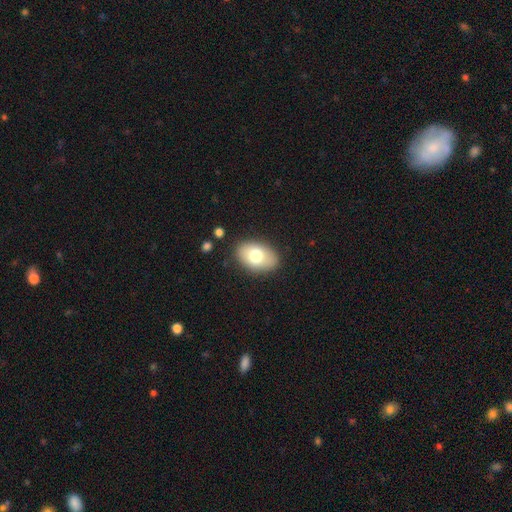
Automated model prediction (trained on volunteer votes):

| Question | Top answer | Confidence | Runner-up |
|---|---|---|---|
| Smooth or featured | smooth | 73% | featured or disk (19%) |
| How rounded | in between | 88% | round (11%) |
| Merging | none | 86% | minor disturbance (10%) |